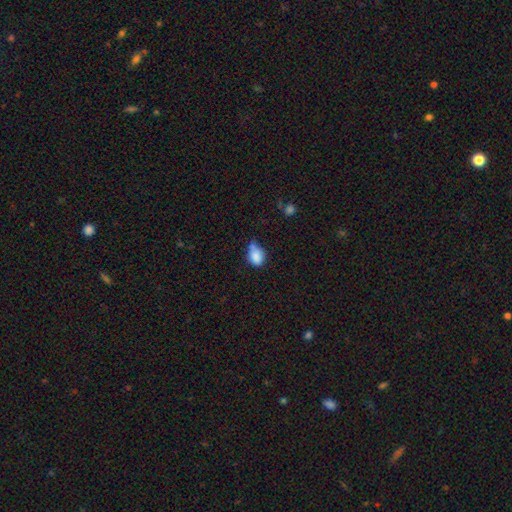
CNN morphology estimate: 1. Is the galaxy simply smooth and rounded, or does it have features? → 83% smooth, 10% star or artifact, 7% featured or disk.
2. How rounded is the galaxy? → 57% in between, 42% round, 1% cigar-shaped.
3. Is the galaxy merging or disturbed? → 40% none, 36% minor disturbance, 15% merger, 9% major disturbance.